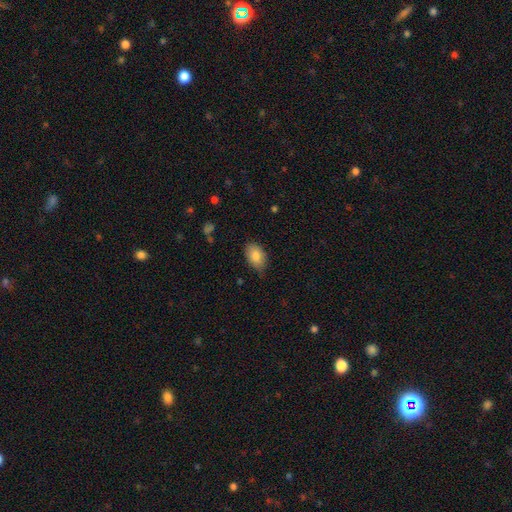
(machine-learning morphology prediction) This appears to be a smooth galaxy with no disk features (84%) that is in between round and cigar-shaped (90%). Merging: none (77%).